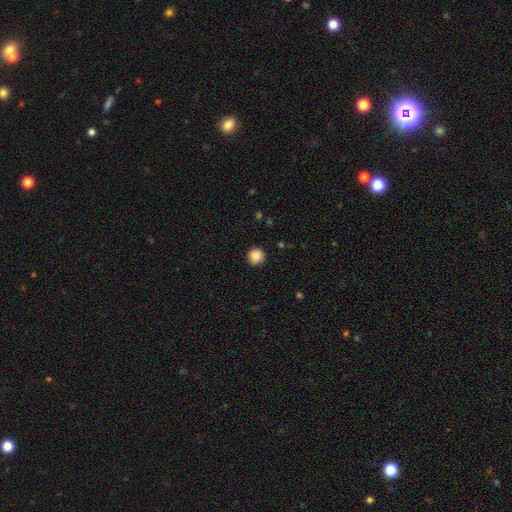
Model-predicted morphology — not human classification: smooth 88%, star or artifact 9%, featured or disk 3%. Down the decision tree: how rounded — round (93%); merging — none (87%).